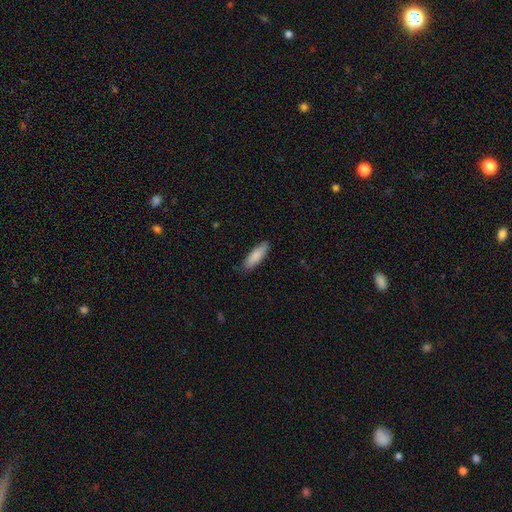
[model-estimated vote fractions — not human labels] Smooth or featured? smooth (87%)
How rounded? in between (50%)
Merging? none (85%)